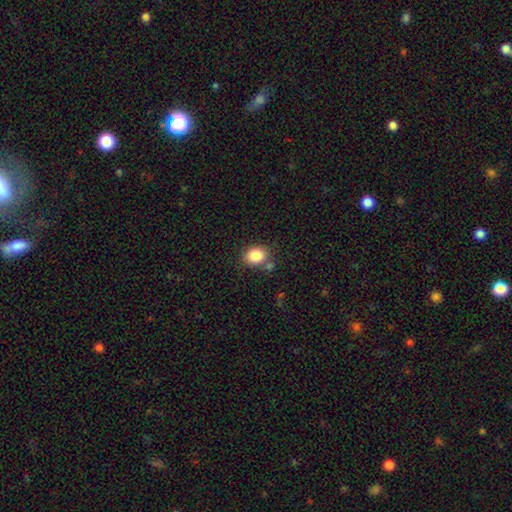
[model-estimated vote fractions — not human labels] Q: Smooth or featured?
A: smooth (86%); runner-up: star or artifact (9%)
Q: How rounded?
A: in between (51%); runner-up: round (48%)
Q: Merging?
A: none (72%); runner-up: minor disturbance (14%)